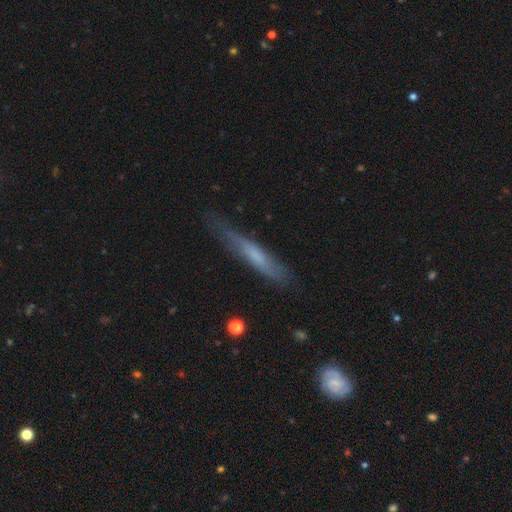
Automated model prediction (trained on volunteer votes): Smooth or featured? smooth (53%)
How rounded? cigar-shaped (90%)
Merging? none (64%)